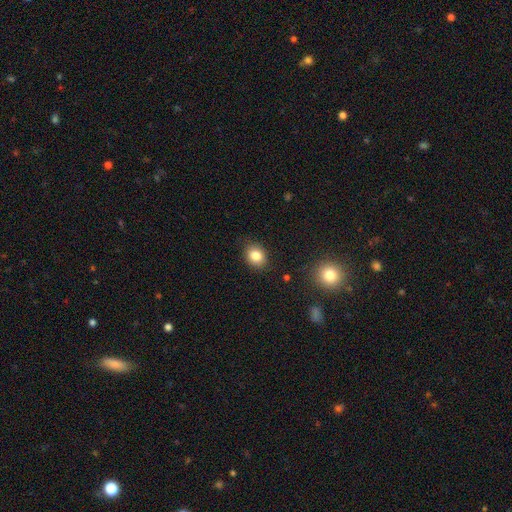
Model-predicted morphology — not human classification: smooth-or-featured: smooth: 83% | star or artifact: 10% | featured or disk: 7%
  how-rounded: round: 54% | in between: 46% | cigar-shaped: 1%
  merging: none: 85% | minor disturbance: 11% | major disturbance: 3% | merger: 1%